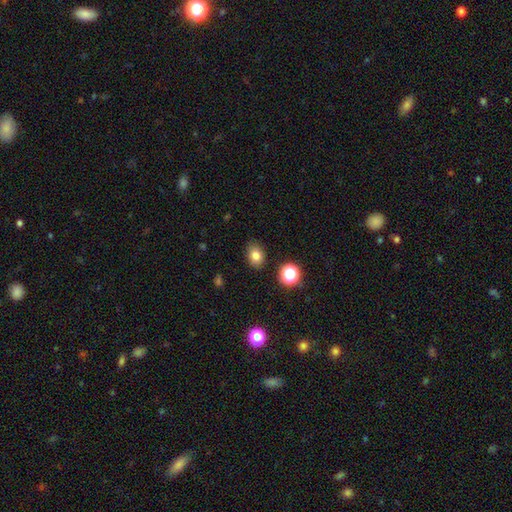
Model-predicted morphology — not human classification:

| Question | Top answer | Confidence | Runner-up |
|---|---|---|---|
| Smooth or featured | smooth | 80% | star or artifact (13%) |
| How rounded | in between | 66% | round (33%) |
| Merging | none | 86% | minor disturbance (10%) |